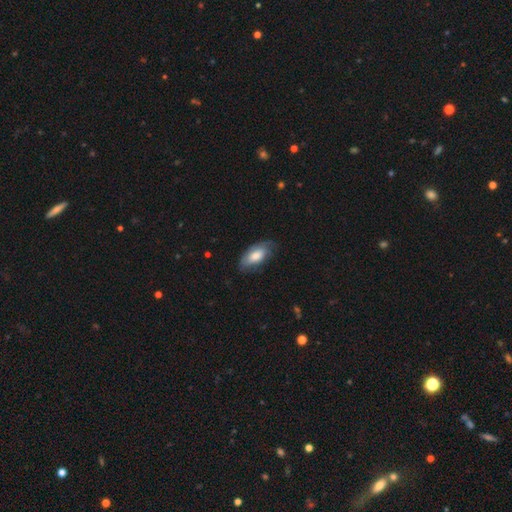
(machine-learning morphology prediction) Overall: smooth (68%). How rounded: in between (90%). Merging: none (64%; minor disturbance 27%).